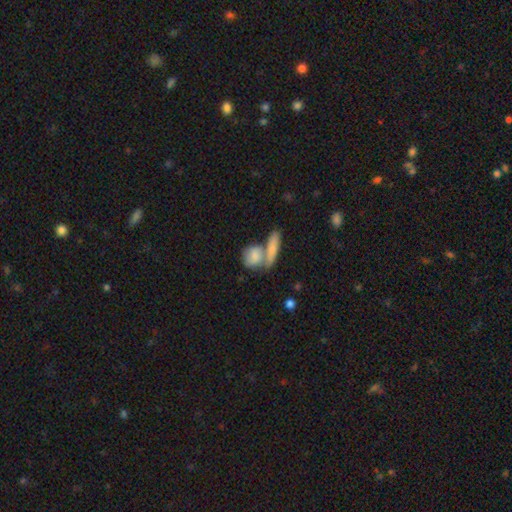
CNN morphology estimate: A smooth galaxy with no disk features (74%) that is in between round and cigar-shaped (46%). Merging: merger (46%).